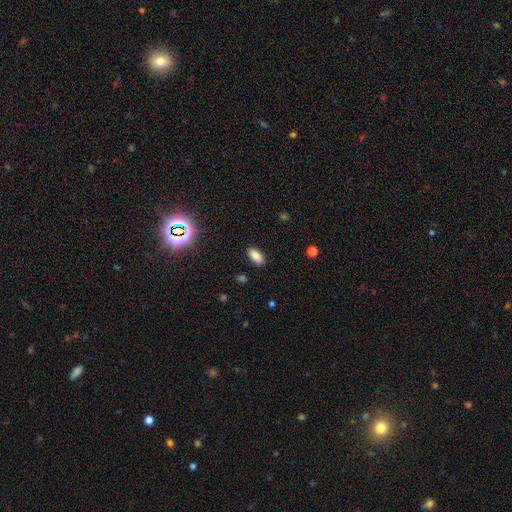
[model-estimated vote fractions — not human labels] Q: Smooth or featured?
A: smooth (83%); runner-up: star or artifact (12%)
Q: How rounded?
A: in between (90%); runner-up: cigar-shaped (6%)
Q: Merging?
A: none (87%); runner-up: minor disturbance (9%)